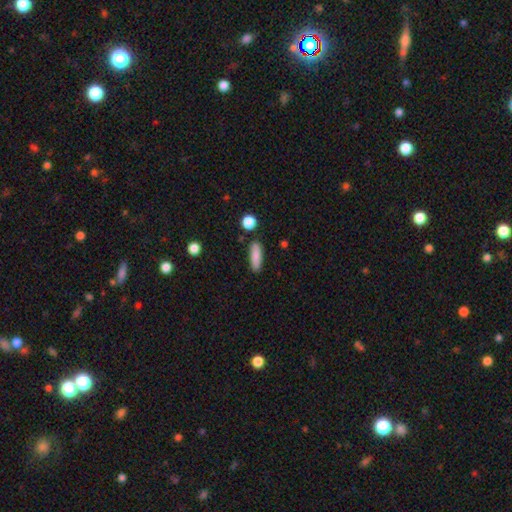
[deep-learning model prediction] Smooth or featured? Predicted: smooth (p=0.84). How rounded? Predicted: cigar-shaped (p=0.49). Merging? Predicted: none (p=0.84).